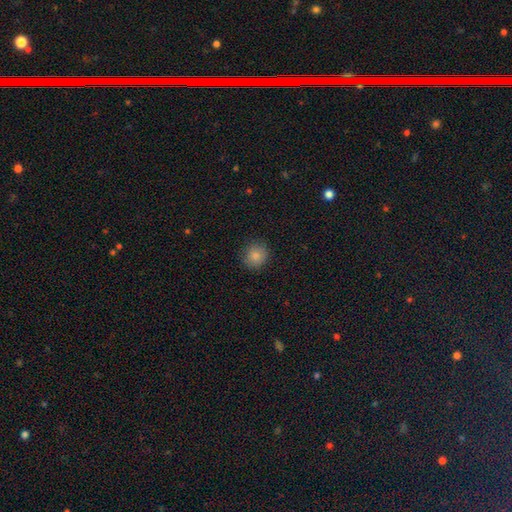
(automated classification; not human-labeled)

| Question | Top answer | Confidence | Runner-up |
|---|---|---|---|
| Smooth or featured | smooth | 84% | star or artifact (10%) |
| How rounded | round | 88% | in between (11%) |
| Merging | none | 88% | minor disturbance (8%) |